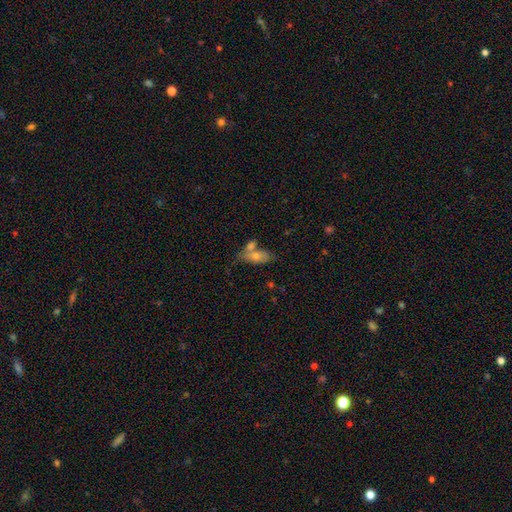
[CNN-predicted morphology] A smooth galaxy with no disk features (65%) that is in between round and cigar-shaped (81%).

Vote fractions:
- Smooth or featured? smooth: 65% / featured or disk: 26% / star or artifact: 9%
- How rounded? in between: 81% / cigar-shaped: 13% / round: 6%
- Merging? none: 42% / merger: 36% / minor disturbance: 16% / major disturbance: 7%